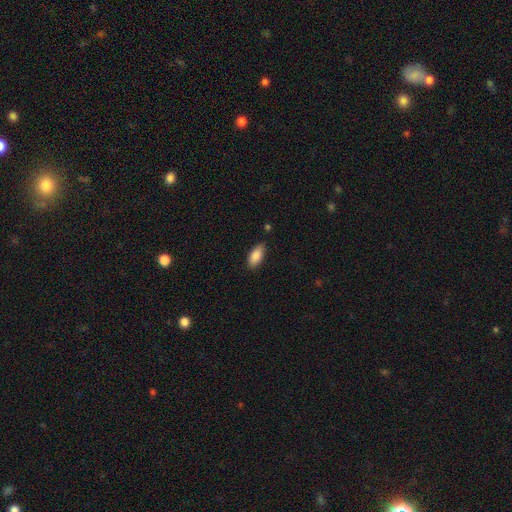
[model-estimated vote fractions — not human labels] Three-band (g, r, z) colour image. It shows a smooth galaxy with no disk features (87%) that is in between round and cigar-shaped (89%). Merging: none (82%).